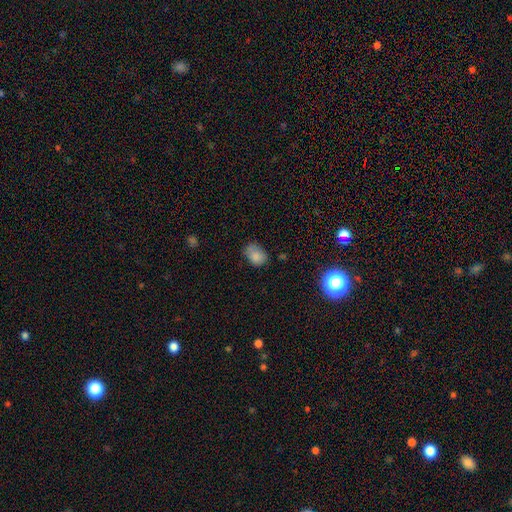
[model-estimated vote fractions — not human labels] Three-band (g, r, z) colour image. It shows a smooth galaxy with no disk features (81%) that is in between round and cigar-shaped (70%). Merging: none (55%).